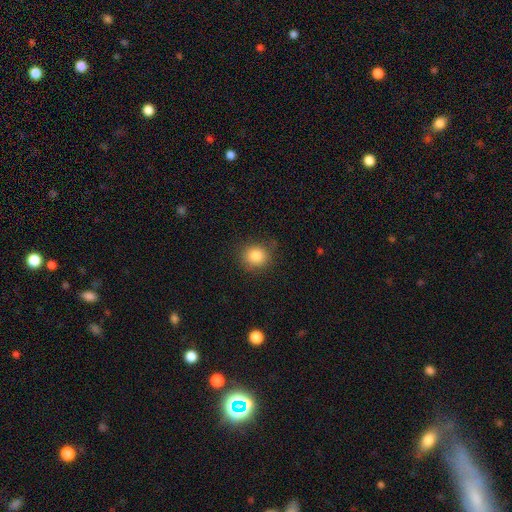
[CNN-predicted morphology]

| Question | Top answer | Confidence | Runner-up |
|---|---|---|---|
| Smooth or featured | smooth | 84% | star or artifact (10%) |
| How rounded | round | 84% | in between (15%) |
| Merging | none | 81% | minor disturbance (14%) |